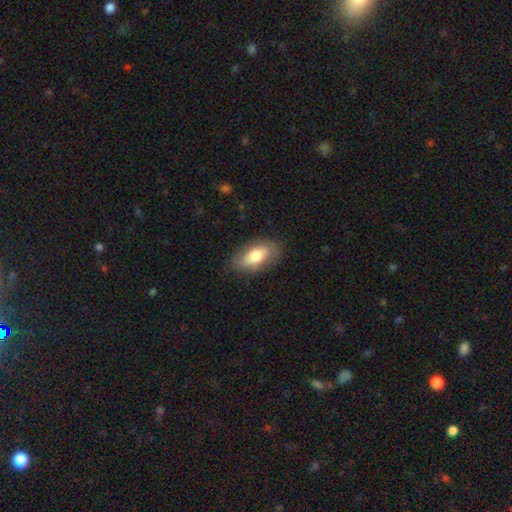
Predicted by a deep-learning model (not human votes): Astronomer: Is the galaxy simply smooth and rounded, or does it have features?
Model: smooth — 71%.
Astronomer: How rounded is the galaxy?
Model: in between — 89%.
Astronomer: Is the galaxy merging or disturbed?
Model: none — 81%.